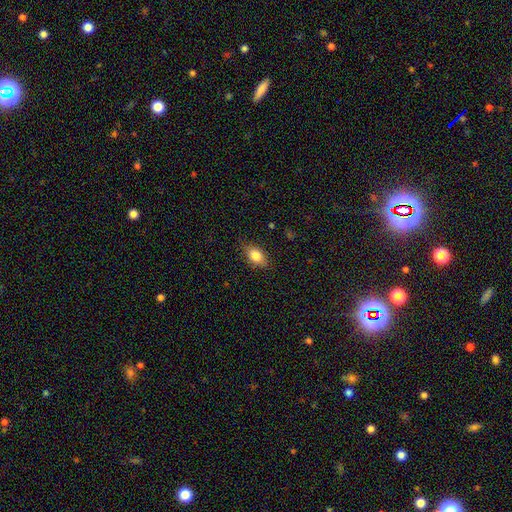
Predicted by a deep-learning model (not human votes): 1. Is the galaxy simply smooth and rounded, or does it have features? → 83% smooth, 9% featured or disk, 8% star or artifact.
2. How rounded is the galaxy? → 84% in between, 13% round, 3% cigar-shaped.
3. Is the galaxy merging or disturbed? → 81% none, 15% minor disturbance, 3% major disturbance, 1% merger.